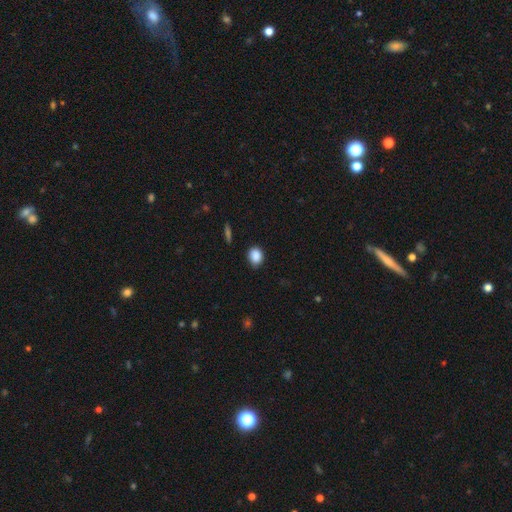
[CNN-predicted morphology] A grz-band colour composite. It shows a smooth galaxy with no disk features (88%) that is round (51%). Merging: none (79%).